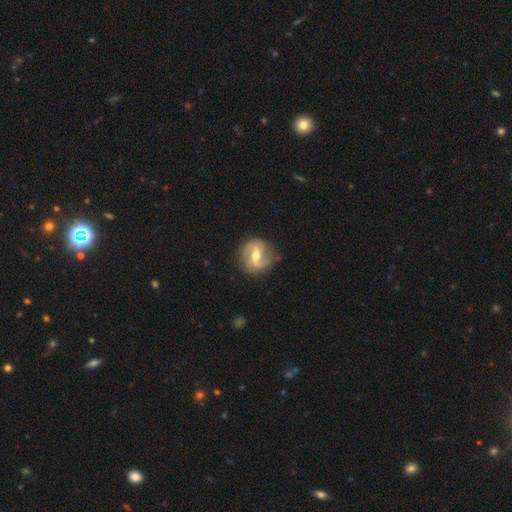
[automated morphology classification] Smooth or featured?
  - featured or disk: 72% *
  - smooth: 22%
  - star or artifact: 6%
Edge-on disk?
  - no: 95% *
  - yes: 5%
Bar?
  - weak: 44% *
  - strong: 38%
  - no: 17%
Spiral arms?
  - yes: 80% *
  - no: 20%
Spiral winding?
  - loose: 42% *
  - medium: 39%
  - tight: 19%
Spiral arm count?
  - 2: 86% *
  - can't tell: 7%
  - 1: 4%
  - 3: 1%
  - 4: 1%
  - more than 4: 1%
Bulge size?
  - moderate: 69% *
  - small: 24%
  - large: 5%
  - none: 1%
  - dominant: 1%
Merging?
  - none: 81% *
  - minor disturbance: 13%
  - major disturbance: 4%
  - merger: 1%